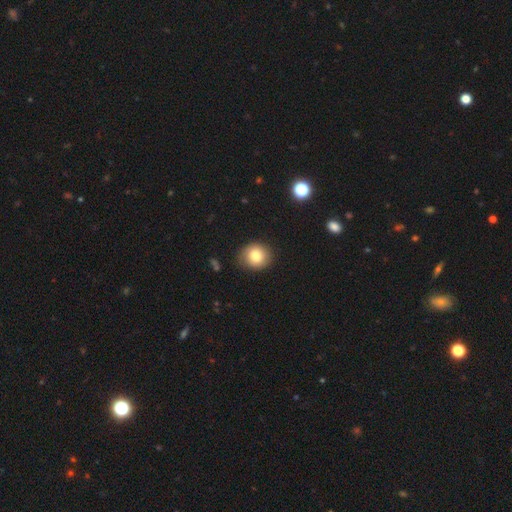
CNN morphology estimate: Q: Smooth or featured?
A: smooth (82%); runner-up: star or artifact (10%)
Q: How rounded?
A: round (79%); runner-up: in between (20%)
Q: Merging?
A: none (84%); runner-up: minor disturbance (12%)